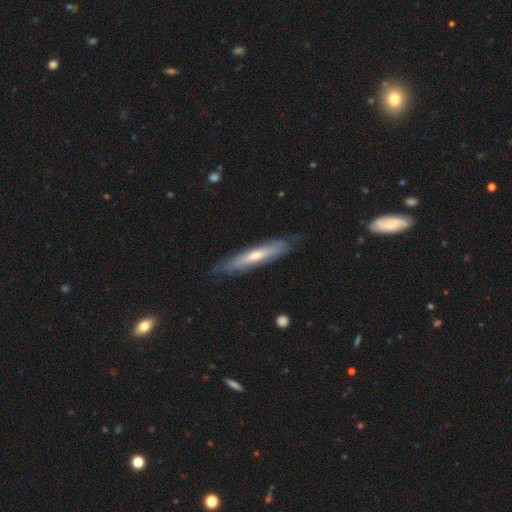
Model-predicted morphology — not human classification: Overall: featured or disk (52%; smooth 43%). Edge-on disk: yes (73%). Merging: none (78%).